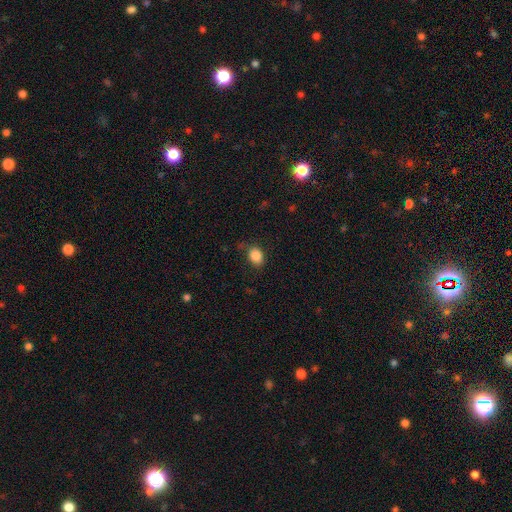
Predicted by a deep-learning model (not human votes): Smooth or featured?
  - smooth: 86% *
  - star or artifact: 10%
  - featured or disk: 5%
How rounded?
  - in between: 61% *
  - round: 38%
  - cigar-shaped: 1%
Merging?
  - none: 77% *
  - minor disturbance: 17%
  - major disturbance: 4%
  - merger: 2%